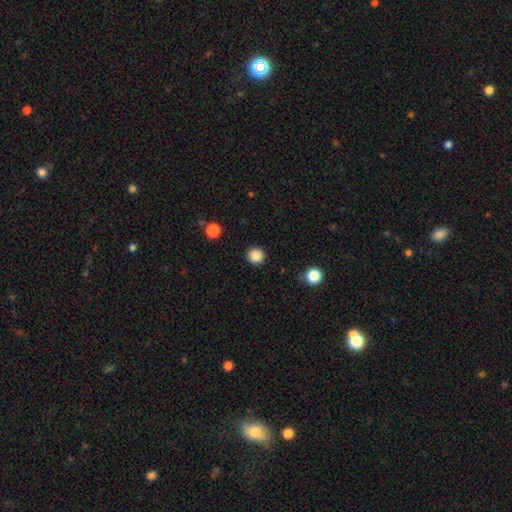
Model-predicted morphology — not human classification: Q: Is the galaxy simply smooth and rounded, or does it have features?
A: smooth — 87%.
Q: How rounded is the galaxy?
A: round — 94%.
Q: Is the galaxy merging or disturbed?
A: none — 92%.